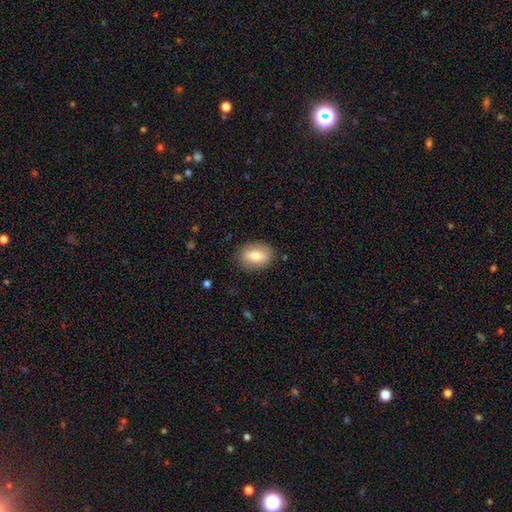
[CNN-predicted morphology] Smooth or featured: smooth — 75% (featured or disk — 18%)
How rounded: in between — 76% (round — 23%)
Merging: none — 85% (minor disturbance — 11%)